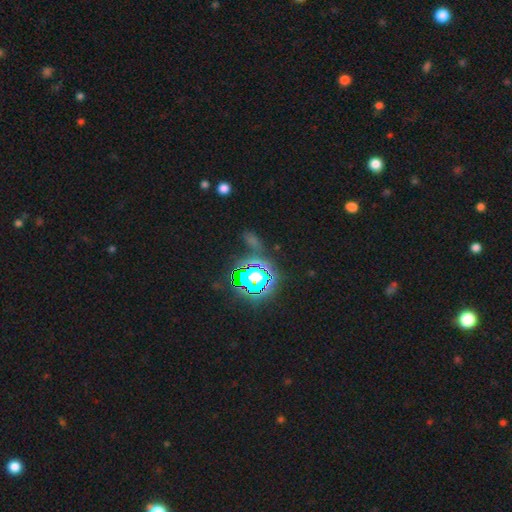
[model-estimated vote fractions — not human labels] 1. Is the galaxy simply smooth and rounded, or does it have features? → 82% star or artifact, 11% smooth, 7% featured or disk.